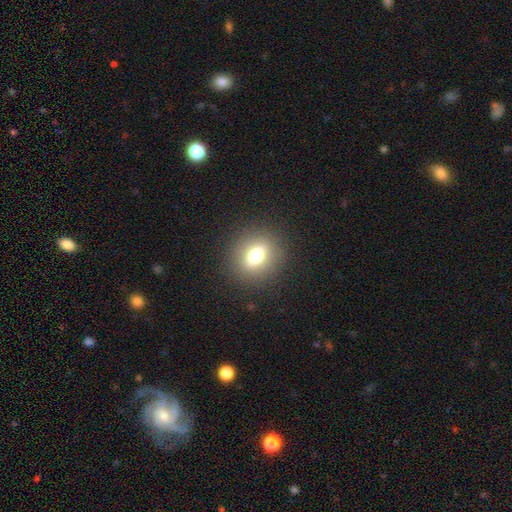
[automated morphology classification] Smooth or featured? Predicted: smooth (p=0.66). How rounded? Predicted: round (p=0.69). Merging? Predicted: none (p=0.88).